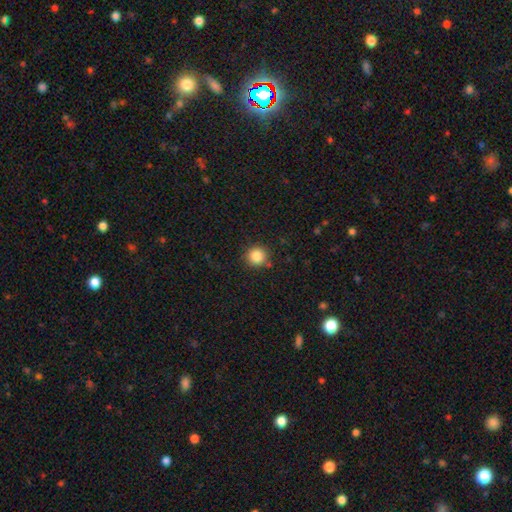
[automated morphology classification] smooth 85%, star or artifact 11%, featured or disk 5%. Down the decision tree: how rounded — round (94%); merging — none (87%).